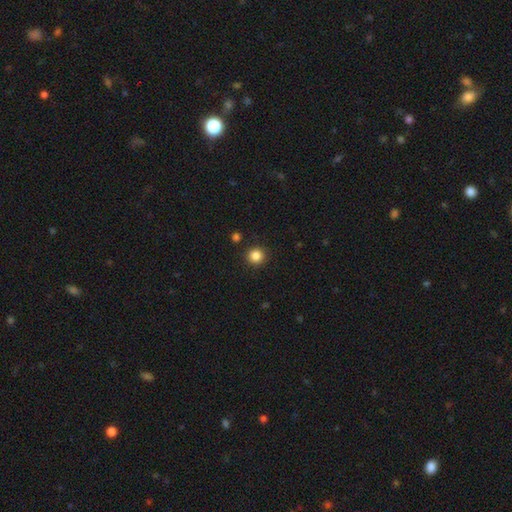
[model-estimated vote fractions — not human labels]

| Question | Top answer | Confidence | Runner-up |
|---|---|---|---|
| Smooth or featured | smooth | 85% | star or artifact (11%) |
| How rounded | round | 93% | in between (6%) |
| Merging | none | 91% | minor disturbance (5%) |